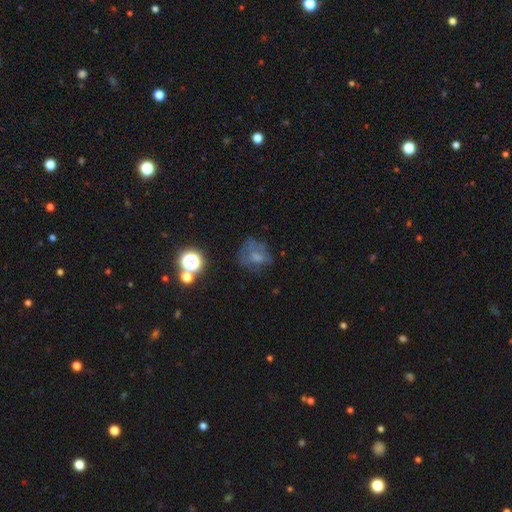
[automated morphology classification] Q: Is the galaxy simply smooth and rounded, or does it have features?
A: smooth — 48%.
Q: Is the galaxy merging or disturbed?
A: none — 48%.